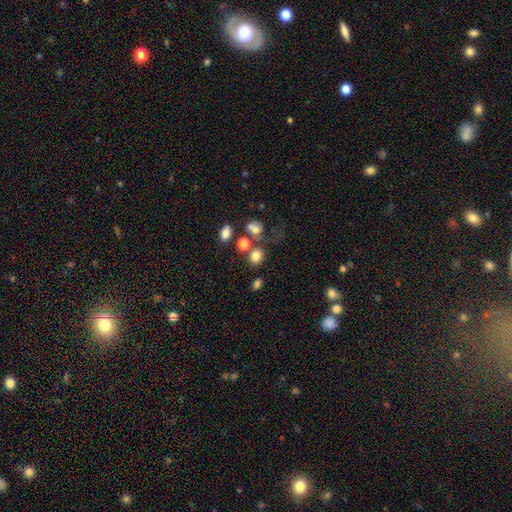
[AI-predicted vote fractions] Smooth or featured: smooth — 77% (star or artifact — 14%)
How rounded: round — 66% (in between — 33%)
Merging: none — 60% (merger — 19%)